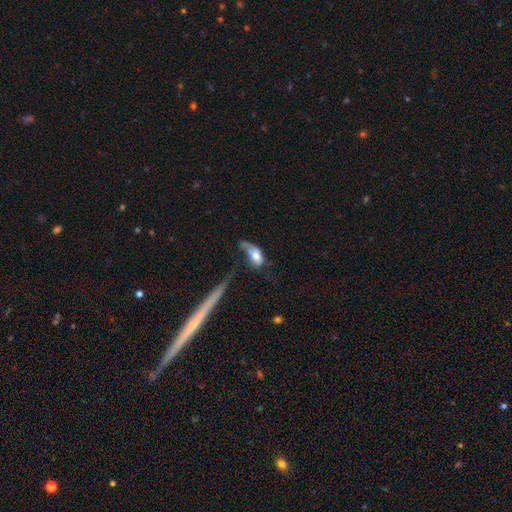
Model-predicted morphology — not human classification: smooth 58%, featured or disk 34%, star or artifact 7%. Down the decision tree: how rounded — in between (83%); merging — major disturbance (46%).